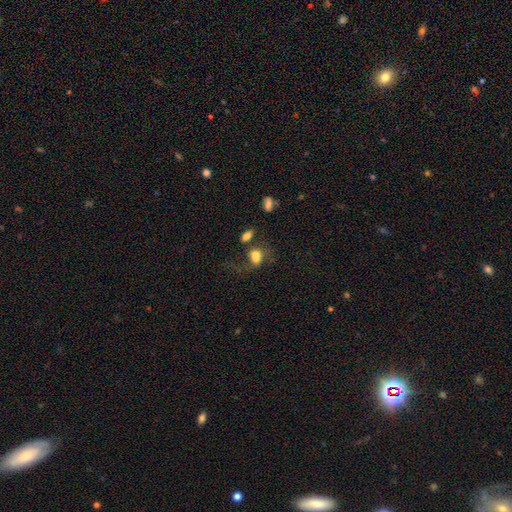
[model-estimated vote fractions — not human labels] Q: Smooth or featured?
A: smooth (72%); runner-up: featured or disk (15%)
Q: How rounded?
A: in between (68%); runner-up: round (29%)
Q: Merging?
A: none (32%); runner-up: merger (31%)